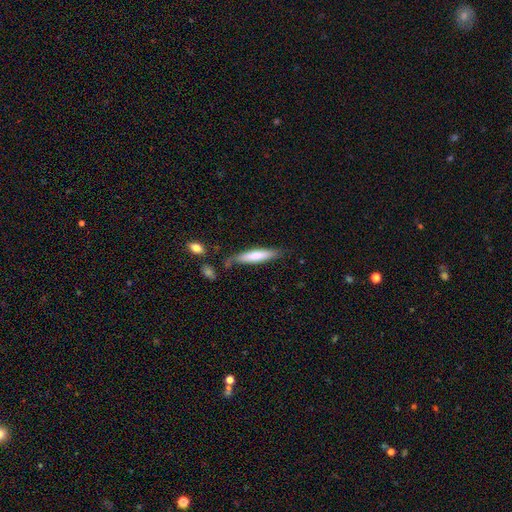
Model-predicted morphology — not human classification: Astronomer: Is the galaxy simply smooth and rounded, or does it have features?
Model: smooth — 67%.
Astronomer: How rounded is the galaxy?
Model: cigar-shaped — 82%.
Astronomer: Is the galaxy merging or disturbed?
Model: none — 71%.